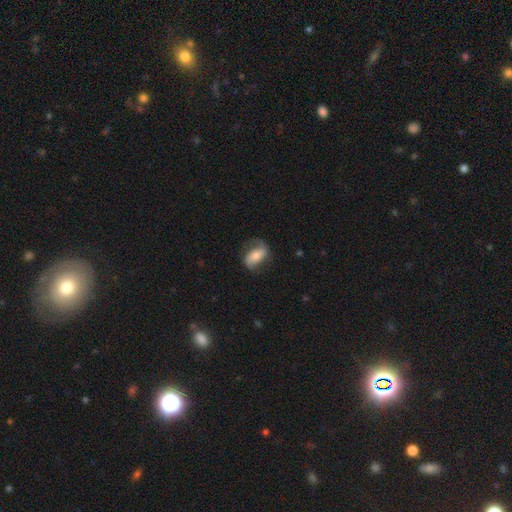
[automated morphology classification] Smooth or featured? featured or disk (59%)
Edge-on disk? no (94%)
Bar? no (36%)
Spiral arms? yes (86%)
Bulge size? moderate (54%)
Merging? none (67%)